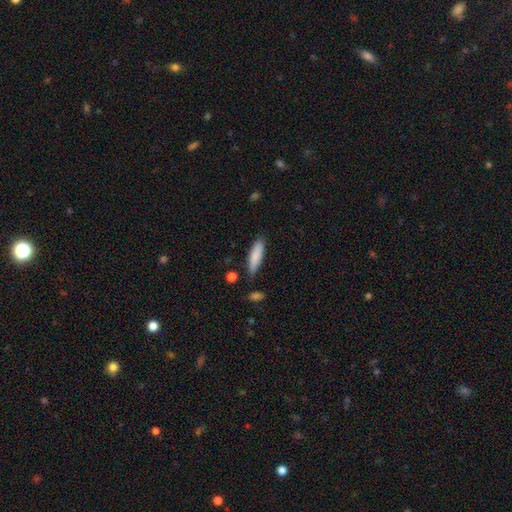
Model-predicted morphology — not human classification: Smooth or featured? smooth (85%)
How rounded? cigar-shaped (63%)
Merging? none (83%)